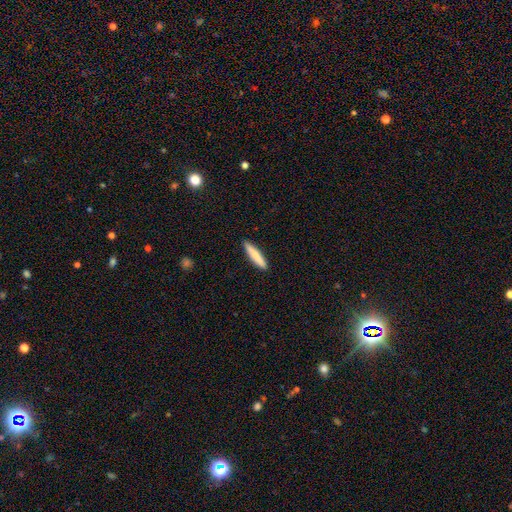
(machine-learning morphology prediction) A smooth galaxy with no disk features (78%) that is cigar-shaped (90%).

Vote fractions:
- Smooth or featured? smooth: 78% / featured or disk: 16% / star or artifact: 5%
- How rounded? cigar-shaped: 90% / in between: 9% / round: 1%
- Merging? none: 90% / minor disturbance: 7% / major disturbance: 1% / merger: 1%